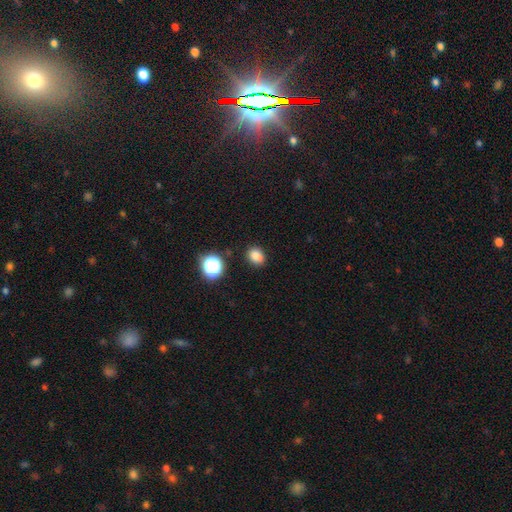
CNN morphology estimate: Smooth or featured? Predicted: smooth (p=0.82). How rounded? Predicted: round (p=0.51). Merging? Predicted: none (p=0.85).